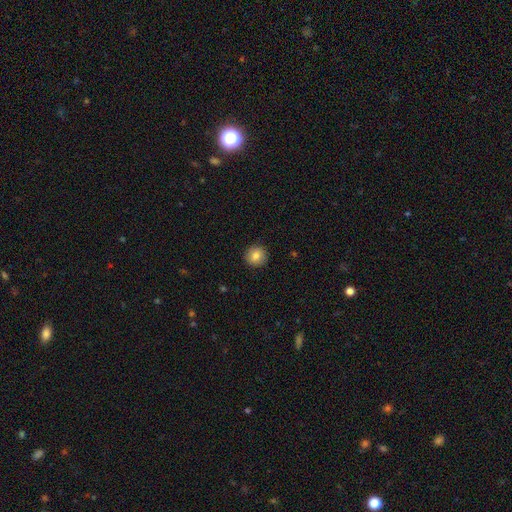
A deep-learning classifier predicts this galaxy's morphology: Q: Smooth or featured?
A: smooth (83%); runner-up: star or artifact (9%)
Q: How rounded?
A: round (93%); runner-up: in between (6%)
Q: Merging?
A: none (91%); runner-up: minor disturbance (6%)